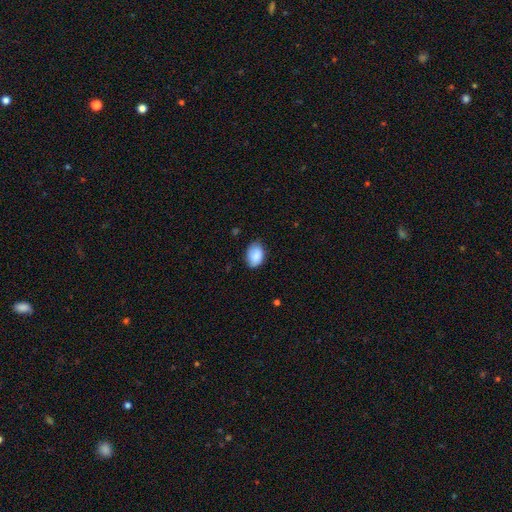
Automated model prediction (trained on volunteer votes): Smooth or featured?
  - smooth: 88% *
  - star or artifact: 7%
  - featured or disk: 5%
How rounded?
  - in between: 85% *
  - round: 14%
  - cigar-shaped: 1%
Merging?
  - none: 76% *
  - minor disturbance: 20%
  - major disturbance: 3%
  - merger: 1%